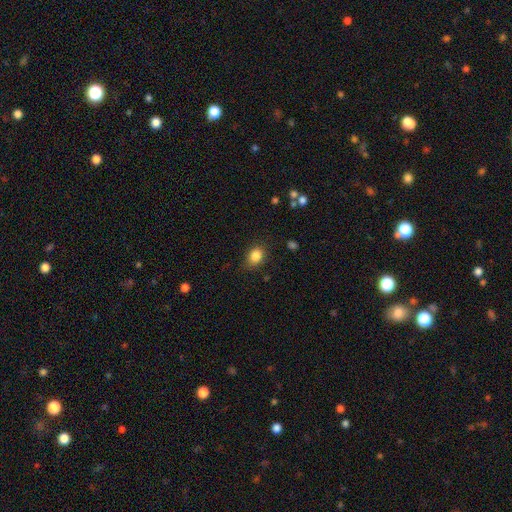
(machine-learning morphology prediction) Smooth or featured? Predicted: smooth (p=0.85). How rounded? Predicted: in between (p=0.53). Merging? Predicted: none (p=0.79).